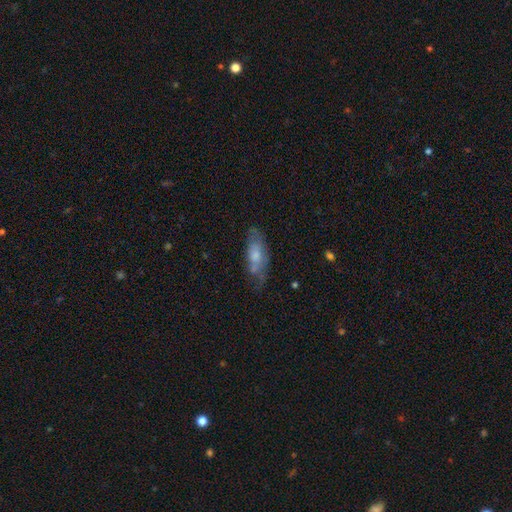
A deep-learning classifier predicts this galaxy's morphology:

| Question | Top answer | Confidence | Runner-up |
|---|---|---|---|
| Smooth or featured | smooth | 57% | featured or disk (36%) |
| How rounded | in between | 73% | cigar-shaped (24%) |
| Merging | none | 51% | minor disturbance (30%) |